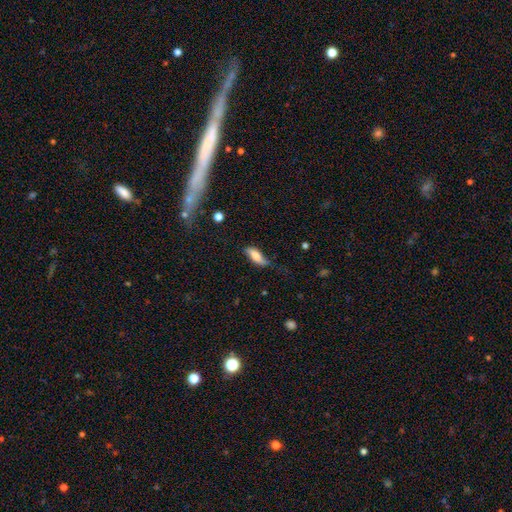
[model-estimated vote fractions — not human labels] Smooth or featured? Predicted: smooth (p=0.60). How rounded? Predicted: in between (p=0.64). Merging? Predicted: none (p=0.62).